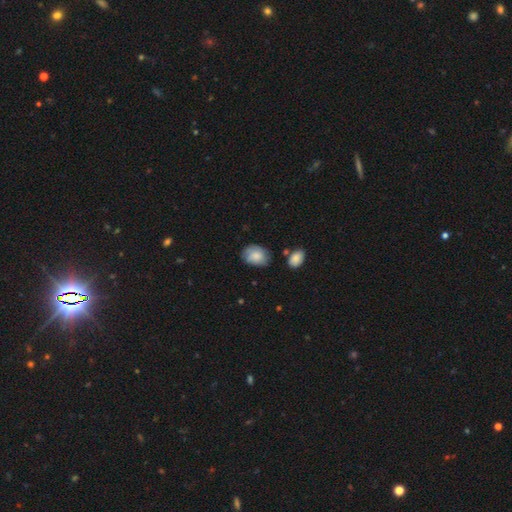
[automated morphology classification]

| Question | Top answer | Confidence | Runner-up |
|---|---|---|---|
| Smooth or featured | smooth | 64% | featured or disk (28%) |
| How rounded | in between | 71% | round (28%) |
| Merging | none | 64% | minor disturbance (25%) |